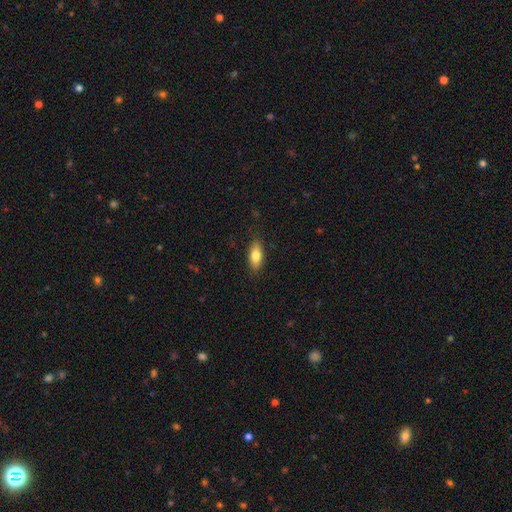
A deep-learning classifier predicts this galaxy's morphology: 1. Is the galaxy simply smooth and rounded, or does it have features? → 77% smooth, 16% featured or disk, 7% star or artifact.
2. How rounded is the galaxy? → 79% in between, 18% cigar-shaped, 3% round.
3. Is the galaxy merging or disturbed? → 86% none, 11% minor disturbance, 2% major disturbance, 1% merger.